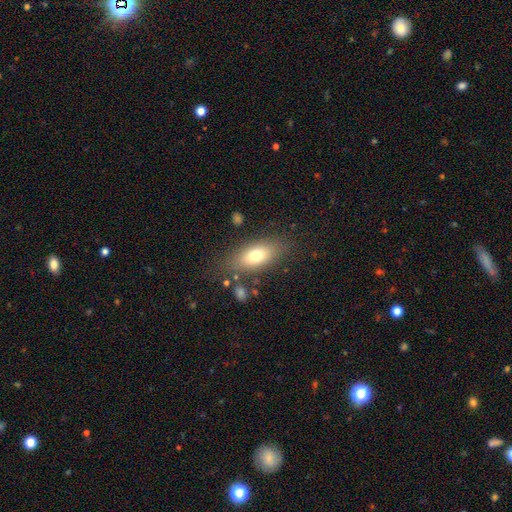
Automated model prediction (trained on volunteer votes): A smooth galaxy with no disk features (74%) that is in between round and cigar-shaped (83%).

Vote fractions:
- Smooth or featured? smooth: 74% / featured or disk: 18% / star or artifact: 9%
- How rounded? in between: 83% / cigar-shaped: 11% / round: 6%
- Merging? none: 78% / minor disturbance: 13% / major disturbance: 6% / merger: 3%